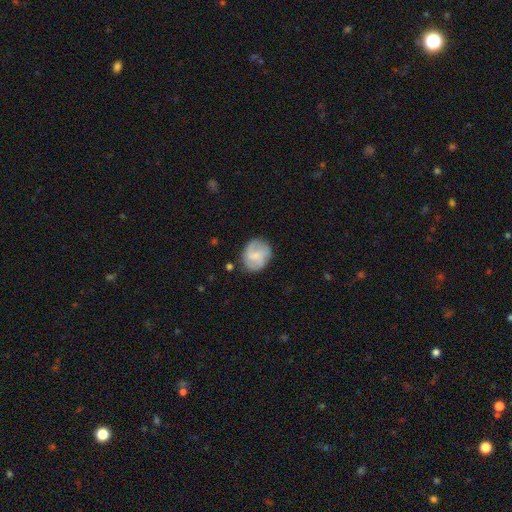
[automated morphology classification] Smooth or featured? featured or disk (48%)
Merging? none (70%)